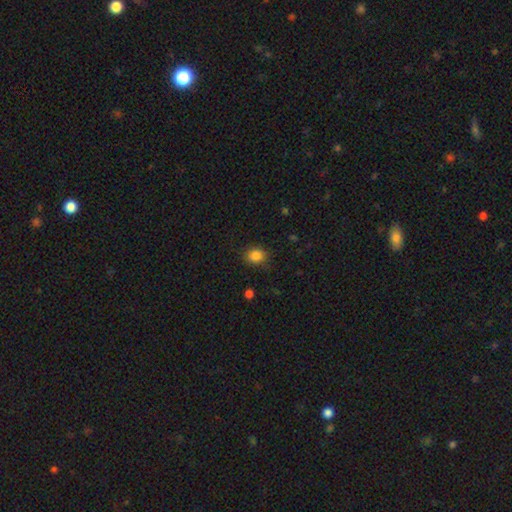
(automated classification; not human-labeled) The model was most divided on "how rounded": round: 63%, in between: 36%, cigar-shaped: 1%. More confident: merging — none (87%); smooth or featured — smooth (85%).